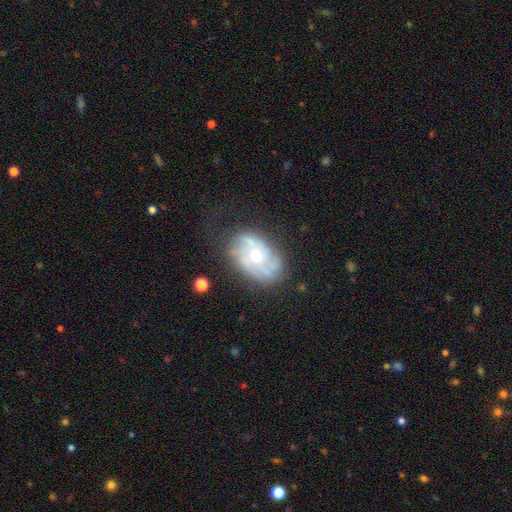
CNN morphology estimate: Smooth or featured: featured or disk — 73% (smooth — 19%)
Edge-on disk: no — 95% (yes — 5%)
Bar: no — 79% (weak — 17%)
Spiral arms: yes — 80% (no — 20%)
Spiral winding: tight — 46% (medium — 36%)
Spiral arm count: can't tell — 38% (2 — 24%)
Bulge size: moderate — 71% (small — 21%)
Merging: none — 64% (minor disturbance — 22%)